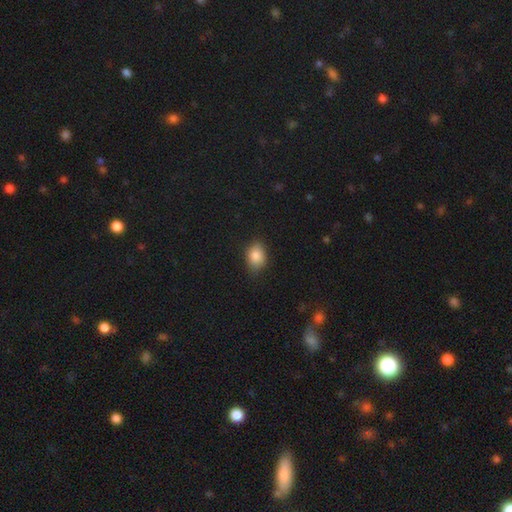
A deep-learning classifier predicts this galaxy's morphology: The model was most divided on "how rounded": in between: 72%, round: 27%, cigar-shaped: 1%. More confident: smooth or featured — smooth (85%); merging — none (78%).